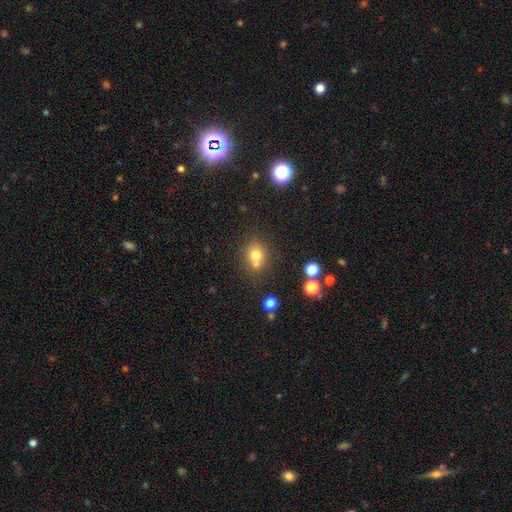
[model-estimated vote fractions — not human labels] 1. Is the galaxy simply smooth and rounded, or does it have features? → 73% smooth, 15% star or artifact, 12% featured or disk.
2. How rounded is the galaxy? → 69% round, 30% in between, 1% cigar-shaped.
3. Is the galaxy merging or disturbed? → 54% none, 29% merger, 12% minor disturbance, 5% major disturbance.